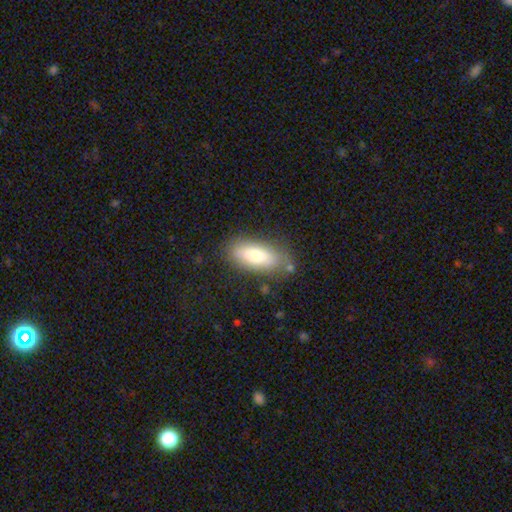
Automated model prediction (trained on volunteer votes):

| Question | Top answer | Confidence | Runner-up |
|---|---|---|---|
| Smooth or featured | smooth | 75% | featured or disk (18%) |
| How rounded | in between | 80% | cigar-shaped (18%) |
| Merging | none | 76% | minor disturbance (16%) |